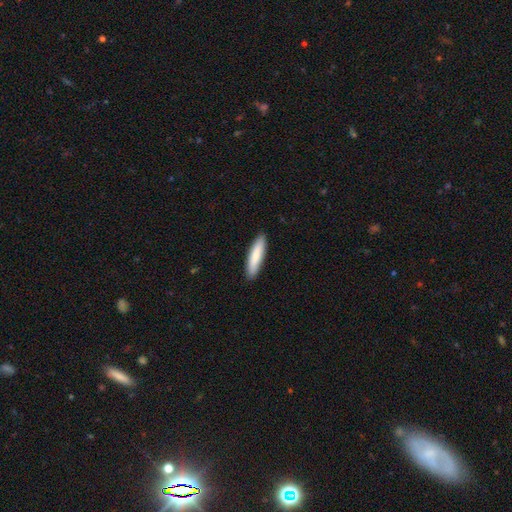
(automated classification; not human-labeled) Smooth or featured?
  - smooth: 82% *
  - featured or disk: 12%
  - star or artifact: 5%
How rounded?
  - cigar-shaped: 76% *
  - in between: 23%
  - round: 1%
Merging?
  - none: 89% *
  - minor disturbance: 8%
  - major disturbance: 2%
  - merger: 1%